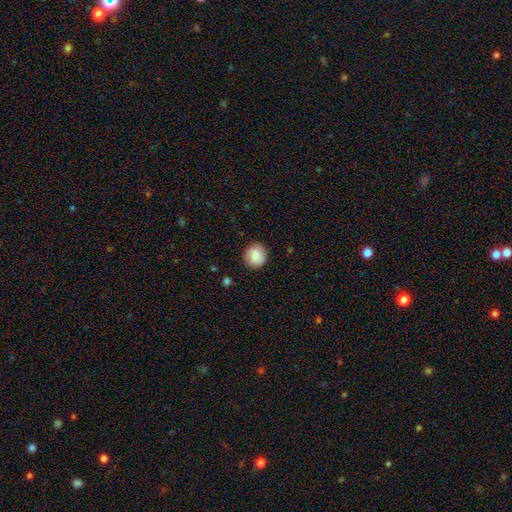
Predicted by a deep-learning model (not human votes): Smooth or featured?
  - smooth: 72% *
  - featured or disk: 21%
  - star or artifact: 8%
How rounded?
  - round: 88% *
  - in between: 11%
  - cigar-shaped: 1%
Merging?
  - none: 86% *
  - minor disturbance: 10%
  - major disturbance: 3%
  - merger: 1%